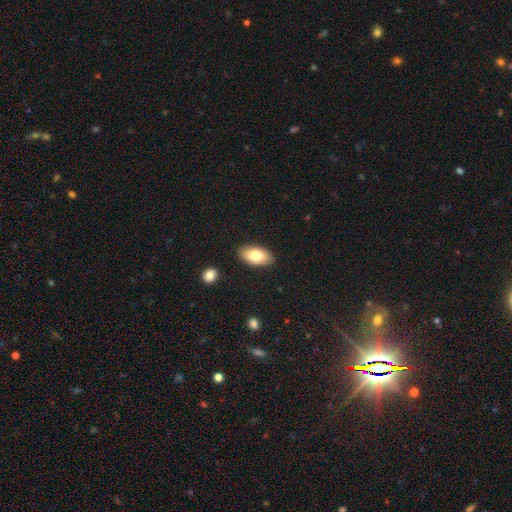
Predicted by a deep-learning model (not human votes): smooth_or_featured: smooth (p=0.77) [alt: featured or disk p=0.17]
how_rounded: in between (p=0.94) [alt: round p=0.04]
merging: none (p=0.87) [alt: minor disturbance p=0.09]